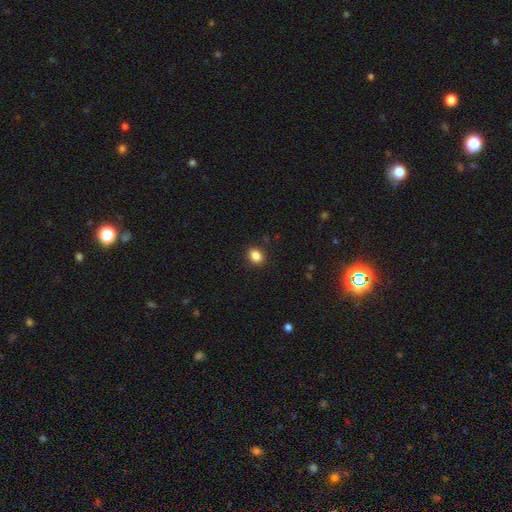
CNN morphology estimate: Smooth or featured?
  - smooth: 86% *
  - star or artifact: 10%
  - featured or disk: 4%
How rounded?
  - round: 55% *
  - in between: 44%
  - cigar-shaped: 1%
Merging?
  - none: 89% *
  - minor disturbance: 8%
  - major disturbance: 2%
  - merger: 1%